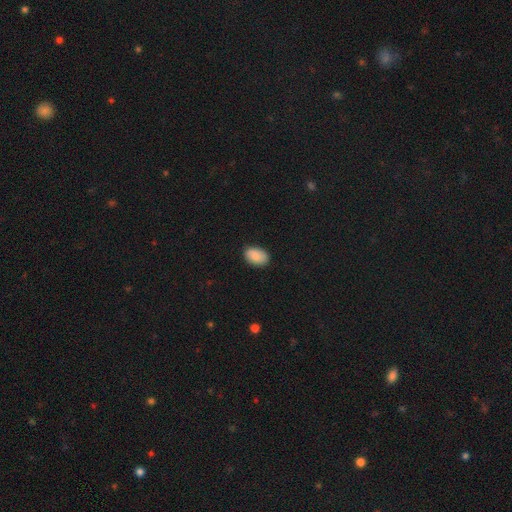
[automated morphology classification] A smooth galaxy with no disk features (88%) that is in between round and cigar-shaped (89%).

Vote fractions:
- Smooth or featured? smooth: 88% / star or artifact: 7% / featured or disk: 5%
- How rounded? in between: 89% / round: 10% / cigar-shaped: 1%
- Merging? none: 84% / minor disturbance: 12% / major disturbance: 2% / merger: 1%